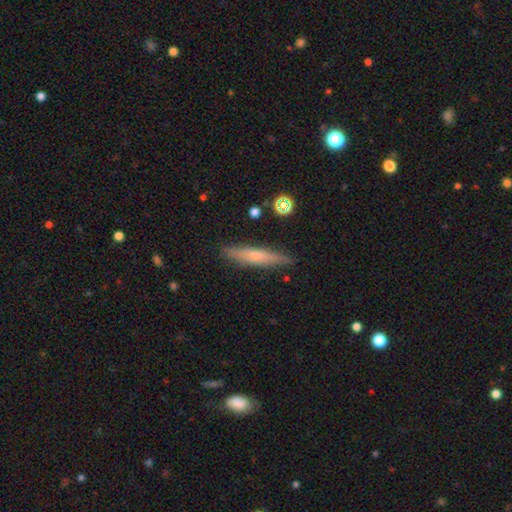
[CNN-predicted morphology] Smooth or featured? Predicted: smooth (p=0.58). How rounded? Predicted: cigar-shaped (p=0.89). Merging? Predicted: none (p=0.86).